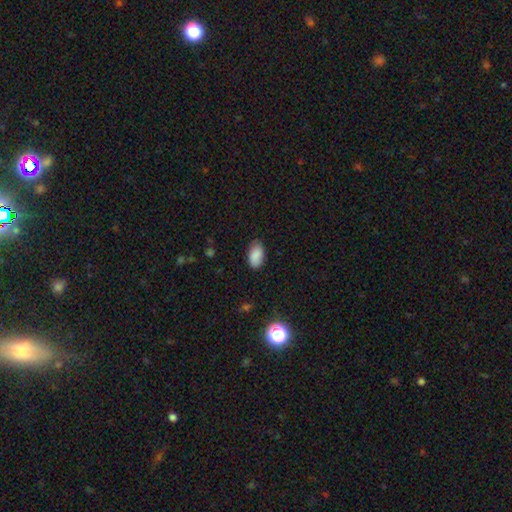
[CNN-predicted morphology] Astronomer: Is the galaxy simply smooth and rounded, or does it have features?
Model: smooth — 87%.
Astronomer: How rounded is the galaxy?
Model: in between — 94%.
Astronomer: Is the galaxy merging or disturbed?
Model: none — 82%.